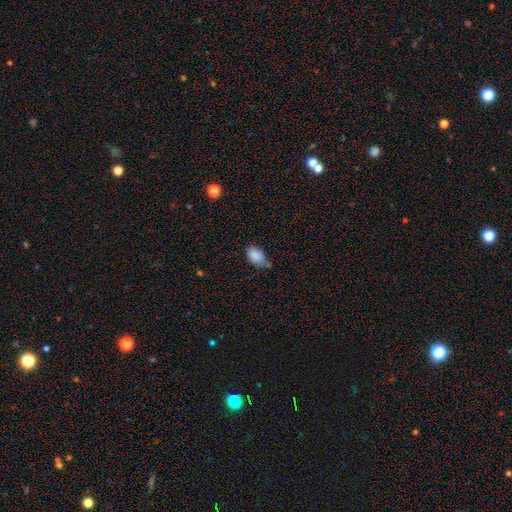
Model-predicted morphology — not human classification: Q: Smooth or featured?
A: smooth (86%); runner-up: star or artifact (8%)
Q: How rounded?
A: in between (90%); runner-up: round (9%)
Q: Merging?
A: none (45%); runner-up: minor disturbance (41%)